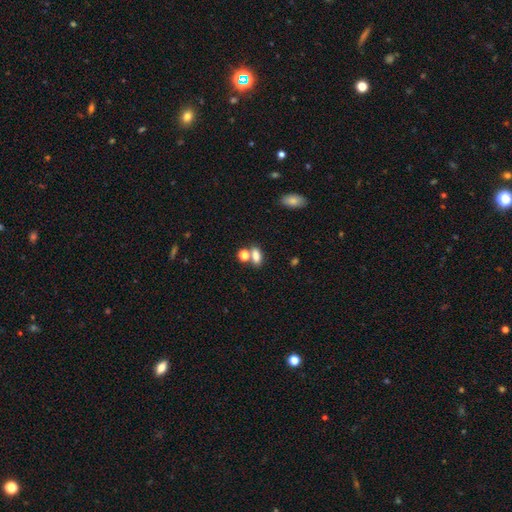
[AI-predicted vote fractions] Overall: smooth (79%). How rounded: in between (78%). Merging: none (51%; merger 33%).